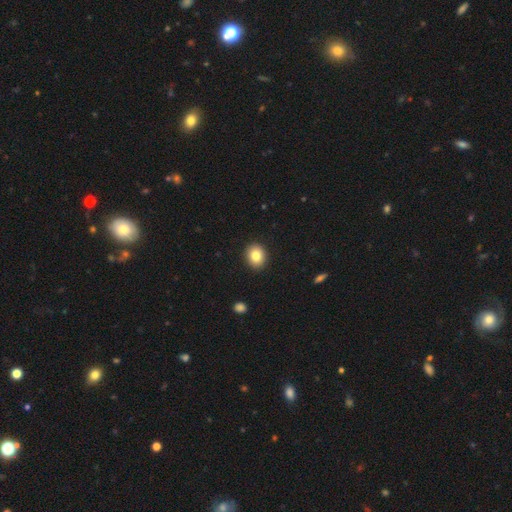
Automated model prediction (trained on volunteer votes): Morphology: type=smooth (83%); roundness=round (60%); merging=none (91%).